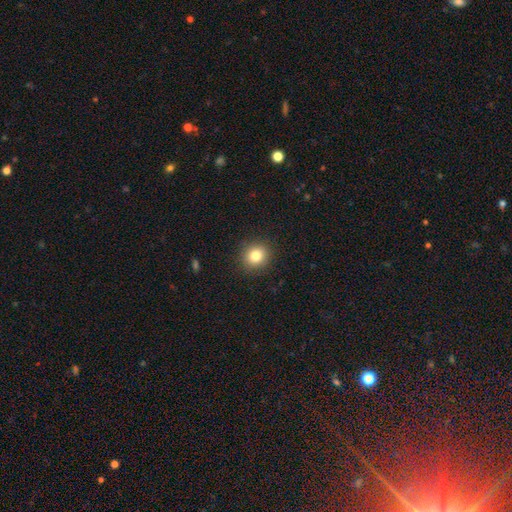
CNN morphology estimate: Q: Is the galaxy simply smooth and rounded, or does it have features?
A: smooth — 81%.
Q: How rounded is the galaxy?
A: round — 85%.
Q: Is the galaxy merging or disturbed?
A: none — 90%.